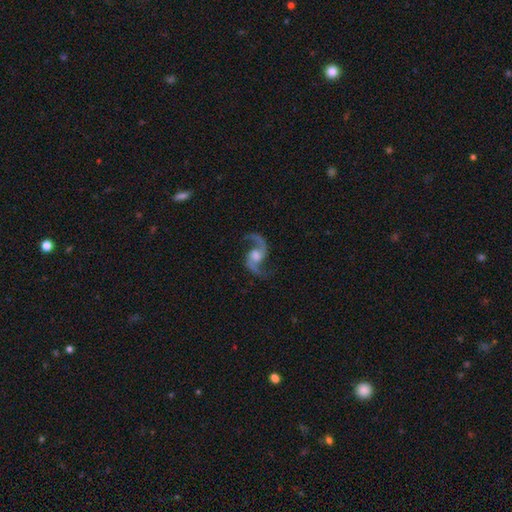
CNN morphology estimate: featured or disk 92%, star or artifact 5%, smooth 3%. Down the decision tree: edge-on disk — no (98%); bar — no (54%); spiral arms — yes (98%); spiral arm count — 2 (95%); spiral winding — loose (66%); bulge size — moderate (53%); merging — none (81%).